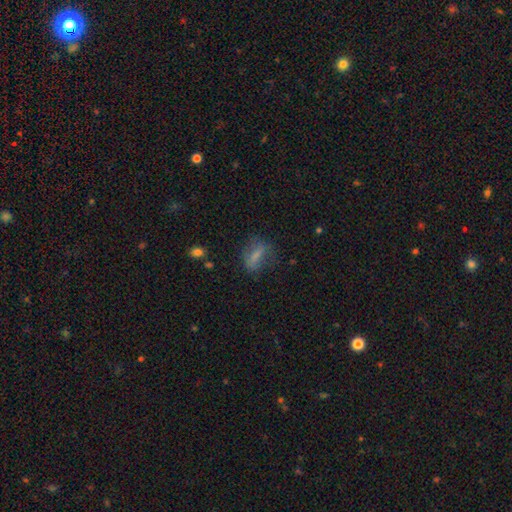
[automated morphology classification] type=smooth (63%); roundness=in between (64%); merging=none (61%).